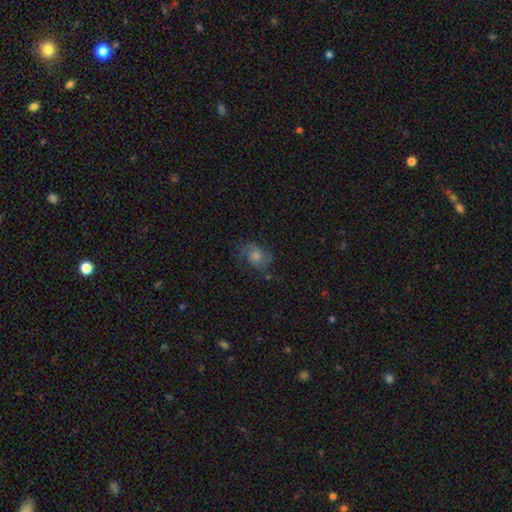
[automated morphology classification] Q: Smooth or featured?
A: featured or disk (62%); runner-up: smooth (23%)
Q: Edge-on disk?
A: no (96%); runner-up: yes (4%)
Q: Bar?
A: no (72%); runner-up: weak (24%)
Q: Spiral arms?
A: yes (91%); runner-up: no (9%)
Q: Spiral winding?
A: medium (50%); runner-up: loose (26%)
Q: Spiral arm count?
A: 2 (69%); runner-up: can't tell (14%)
Q: Bulge size?
A: moderate (51%); runner-up: small (32%)
Q: Merging?
A: none (70%); runner-up: minor disturbance (18%)